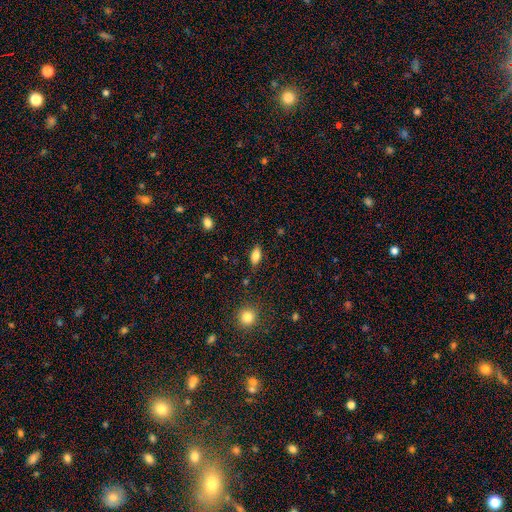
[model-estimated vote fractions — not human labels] Q: Smooth or featured?
A: smooth (81%); runner-up: featured or disk (11%)
Q: How rounded?
A: in between (88%); runner-up: cigar-shaped (8%)
Q: Merging?
A: none (84%); runner-up: minor disturbance (12%)